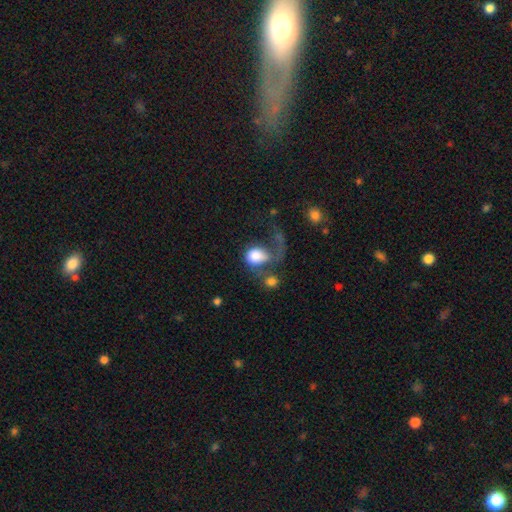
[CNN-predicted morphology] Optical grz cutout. It shows a smooth galaxy with no disk features (67%) that is round (50%). Merging: major disturbance (51%).